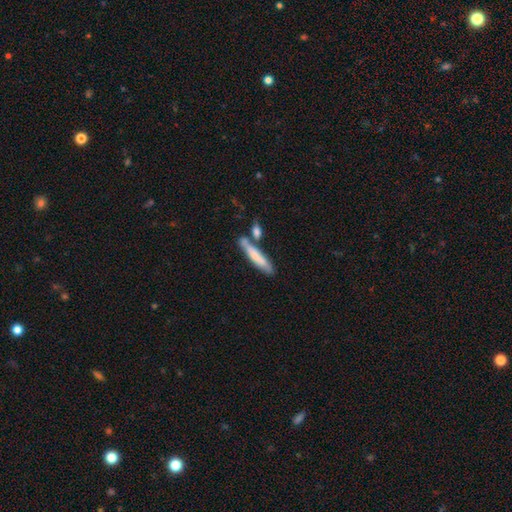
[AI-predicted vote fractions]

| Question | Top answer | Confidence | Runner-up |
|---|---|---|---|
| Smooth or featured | smooth | 68% | featured or disk (26%) |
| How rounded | cigar-shaped | 87% | in between (11%) |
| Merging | none | 59% | merger (21%) |